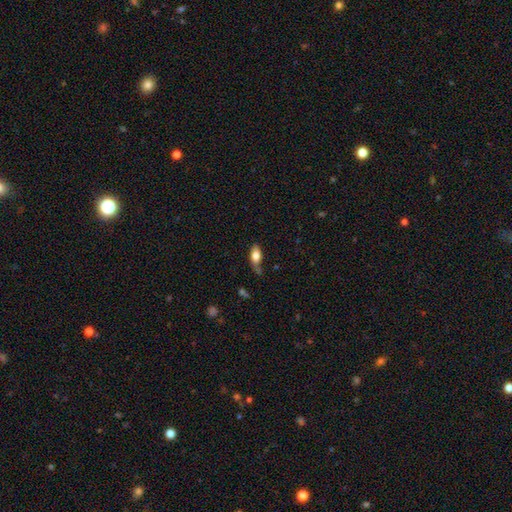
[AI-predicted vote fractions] smooth 72%, featured or disk 20%, star or artifact 7%. Down the decision tree: how rounded — in between (84%); merging — none (56%).